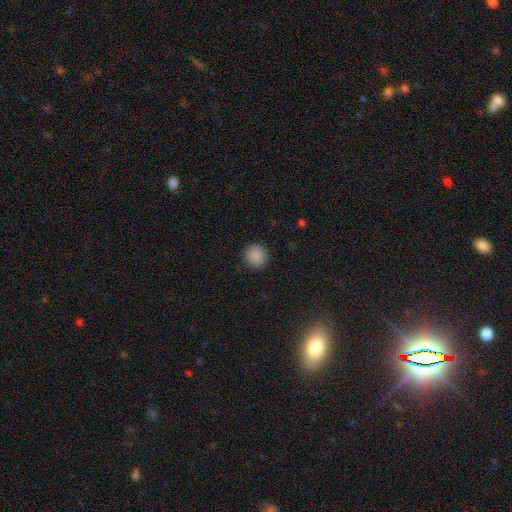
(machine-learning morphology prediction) smooth_or_featured: smooth (p=0.88) [alt: star or artifact p=0.09]
how_rounded: round (p=0.94) [alt: in between p=0.05]
merging: none (p=0.91) [alt: minor disturbance p=0.06]